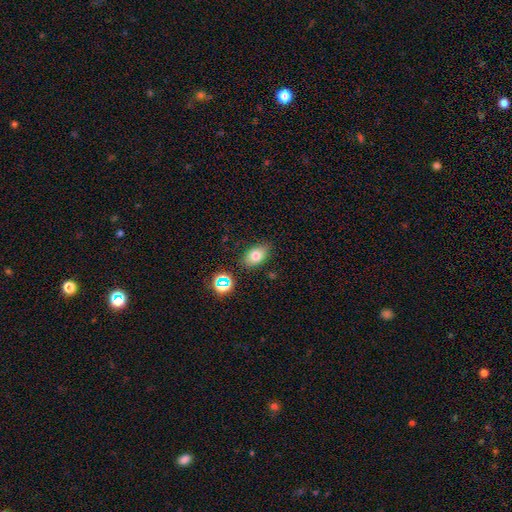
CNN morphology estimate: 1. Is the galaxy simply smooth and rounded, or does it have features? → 76% smooth, 12% star or artifact, 12% featured or disk.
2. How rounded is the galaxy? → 84% in between, 15% round, 2% cigar-shaped.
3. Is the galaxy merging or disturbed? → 83% none, 12% minor disturbance, 3% major disturbance, 3% merger.